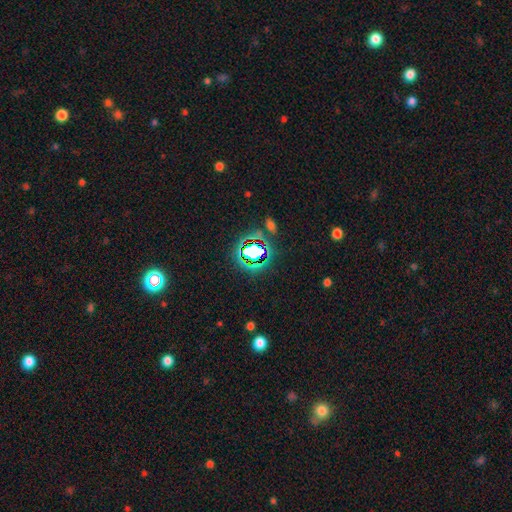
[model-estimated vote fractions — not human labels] Morphology: type=star or artifact (69%).